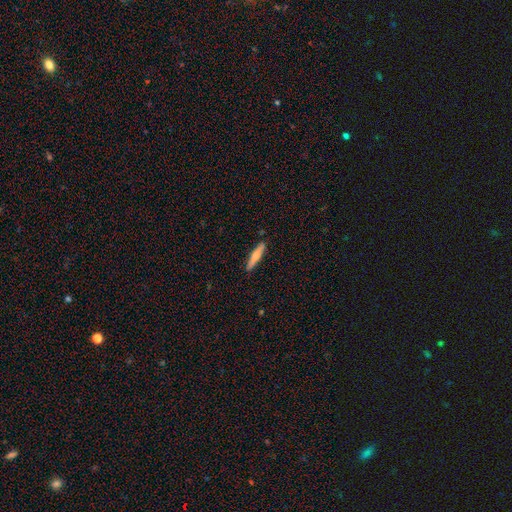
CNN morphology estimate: Smooth or featured? smooth (59%)
How rounded? cigar-shaped (89%)
Merging? none (90%)